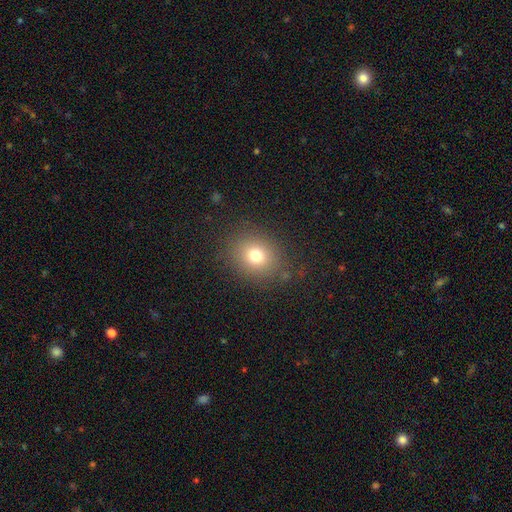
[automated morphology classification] Smooth or featured?
  - smooth: 75% *
  - star or artifact: 15%
  - featured or disk: 10%
How rounded?
  - round: 71% *
  - in between: 28%
  - cigar-shaped: 1%
Merging?
  - none: 84% *
  - minor disturbance: 10%
  - major disturbance: 5%
  - merger: 1%